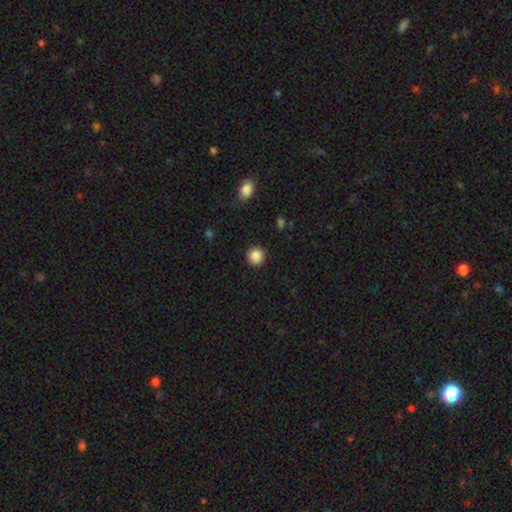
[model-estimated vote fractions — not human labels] This appears to be a smooth galaxy with no disk features (86%) that is round (94%). Merging: none (92%).